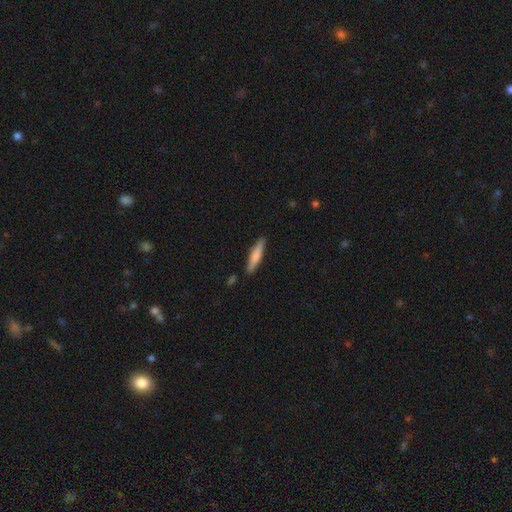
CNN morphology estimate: smooth_or_featured: smooth (p=0.69) [alt: featured or disk p=0.25]
how_rounded: cigar-shaped (p=0.87) [alt: in between p=0.11]
merging: none (p=0.87) [alt: minor disturbance p=0.09]